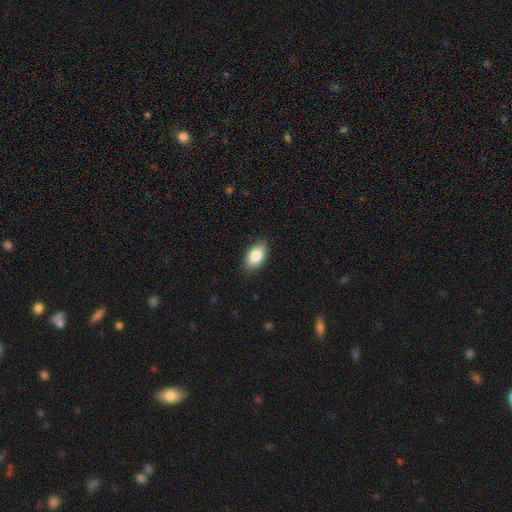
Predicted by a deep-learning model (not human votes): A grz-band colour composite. It shows a smooth galaxy with no disk features (86%) that is in between round and cigar-shaped (93%). Merging: none (86%).